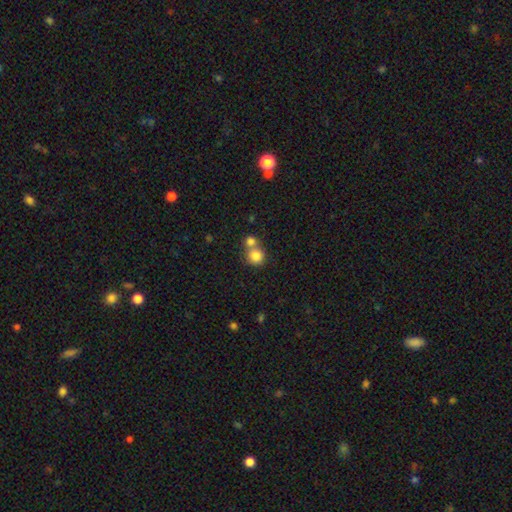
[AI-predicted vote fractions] Smooth or featured? smooth (81%)
How rounded? round (87%)
Merging? merger (45%, tied with none)